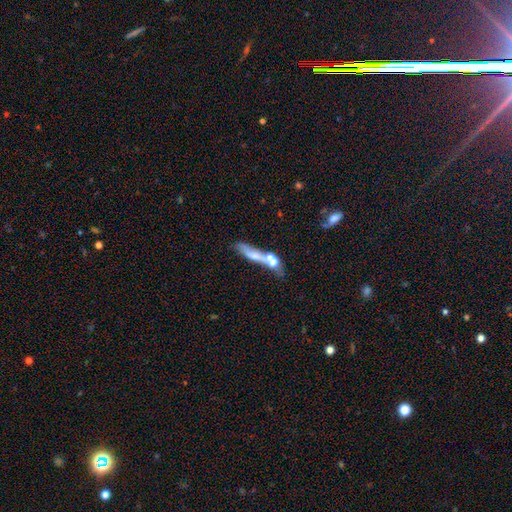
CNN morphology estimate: A smooth galaxy with no disk features (48%). Merging: none (42%).